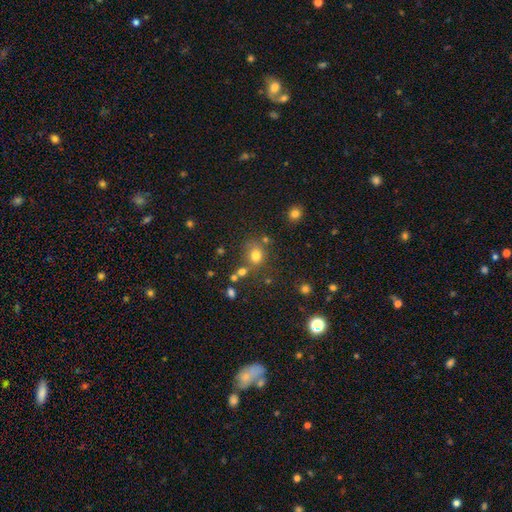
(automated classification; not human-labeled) Smooth or featured?
  - smooth: 75% *
  - star or artifact: 17%
  - featured or disk: 8%
How rounded?
  - round: 74% *
  - in between: 25%
  - cigar-shaped: 1%
Merging?
  - none: 65% *
  - merger: 16%
  - minor disturbance: 14%
  - major disturbance: 6%